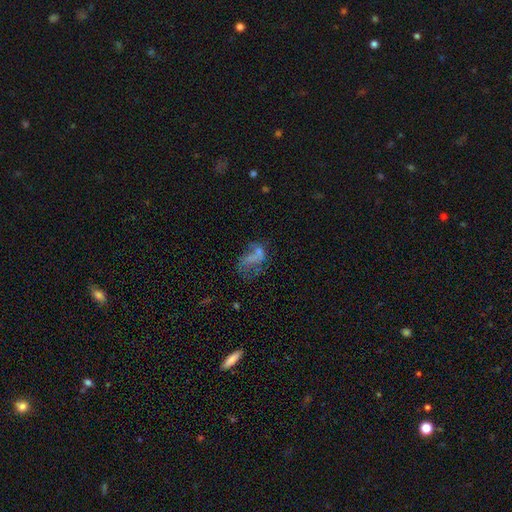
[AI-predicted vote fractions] smooth-or-featured: featured or disk: 42% | smooth: 40% | star or artifact: 17%
  merging: major disturbance: 38% | none: 28% | minor disturbance: 18% | merger: 16%